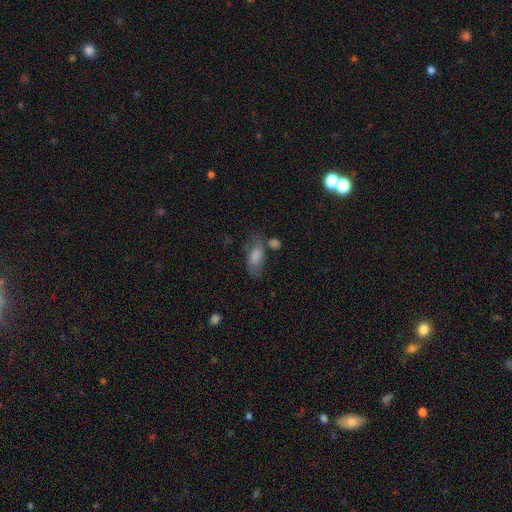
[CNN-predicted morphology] Smooth or featured: smooth — 55% (featured or disk — 29%)
How rounded: in between — 83% (cigar-shaped — 11%)
Merging: none — 56% (minor disturbance — 22%)